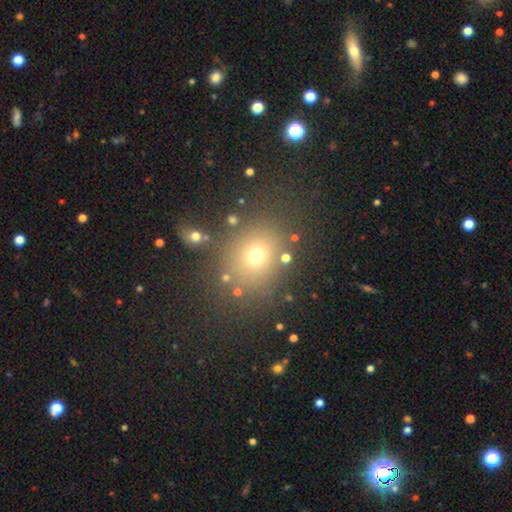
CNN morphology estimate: smooth_or_featured: smooth (p=0.67) [alt: star or artifact p=0.22]
how_rounded: round (p=0.64) [alt: in between p=0.34]
merging: none (p=0.80) [alt: minor disturbance p=0.10]